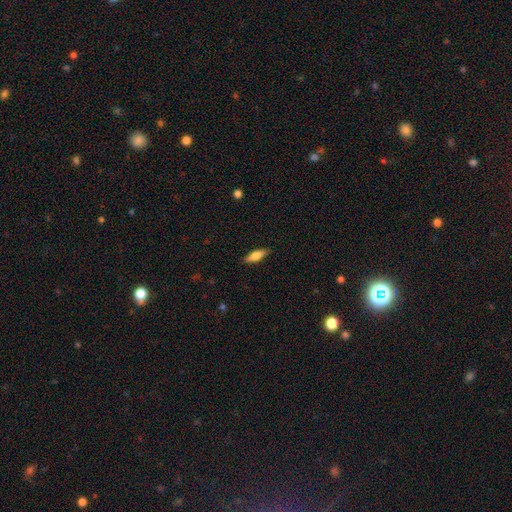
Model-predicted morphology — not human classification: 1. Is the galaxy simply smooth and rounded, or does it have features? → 66% smooth, 28% featured or disk, 6% star or artifact.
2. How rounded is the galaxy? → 49% cigar-shaped (tied), 49% in between (tied), 2% round.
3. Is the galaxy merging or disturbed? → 88% none, 9% minor disturbance, 2% major disturbance, 1% merger.